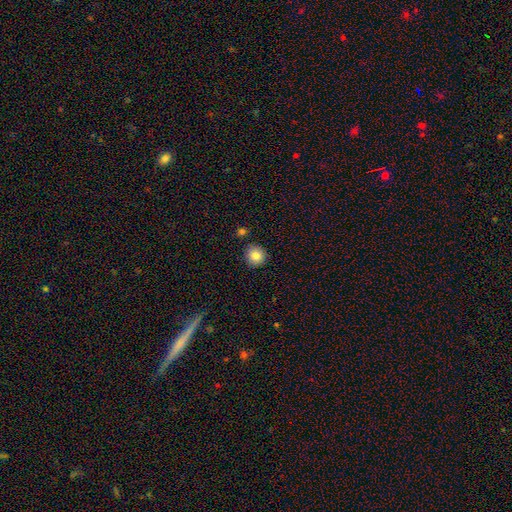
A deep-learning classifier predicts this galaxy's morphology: Smooth or featured?
  - smooth: 84% *
  - star or artifact: 9%
  - featured or disk: 7%
How rounded?
  - round: 90% *
  - in between: 9%
  - cigar-shaped: 1%
Merging?
  - none: 87% *
  - minor disturbance: 8%
  - merger: 3%
  - major disturbance: 2%